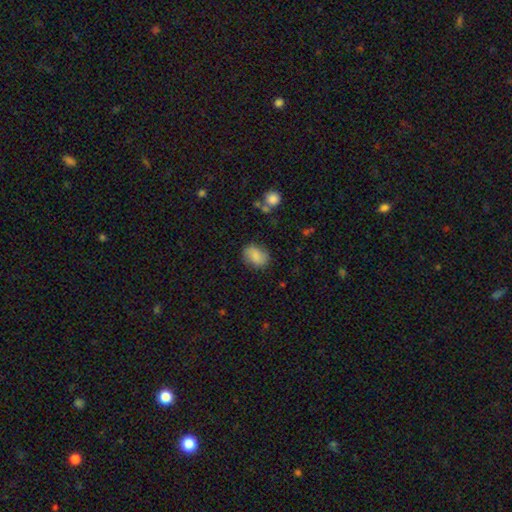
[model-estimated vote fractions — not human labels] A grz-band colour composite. It shows a smooth galaxy with no disk features (80%) that is in between round and cigar-shaped (66%). Merging: none (77%).